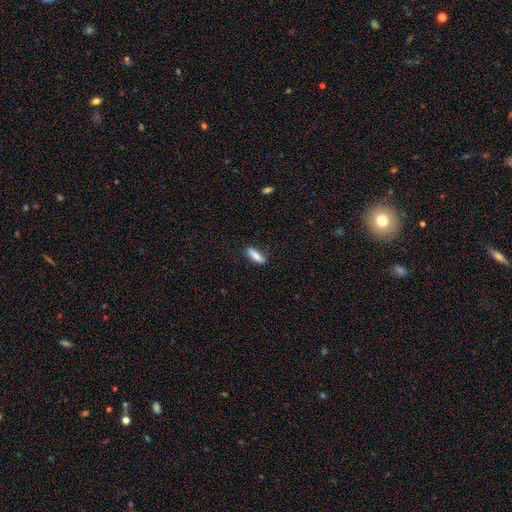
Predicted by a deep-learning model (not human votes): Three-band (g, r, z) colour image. It shows a smooth galaxy with no disk features (81%) that is cigar-shaped (51%). Merging: none (82%).